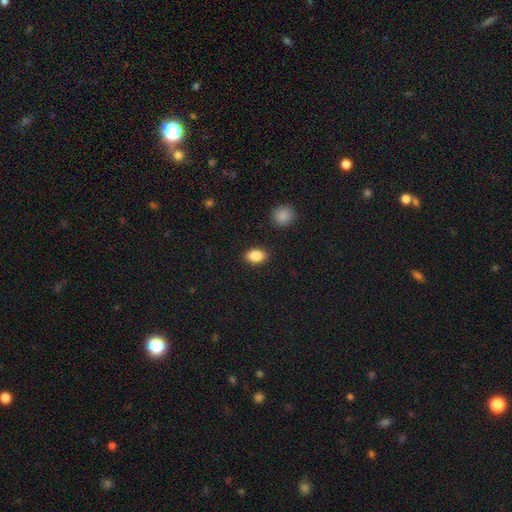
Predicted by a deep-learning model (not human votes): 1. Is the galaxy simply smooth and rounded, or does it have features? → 87% smooth, 8% star or artifact, 5% featured or disk.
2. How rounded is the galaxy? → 86% in between, 12% round, 2% cigar-shaped.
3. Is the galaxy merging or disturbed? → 89% none, 7% minor disturbance, 2% major disturbance, 2% merger.